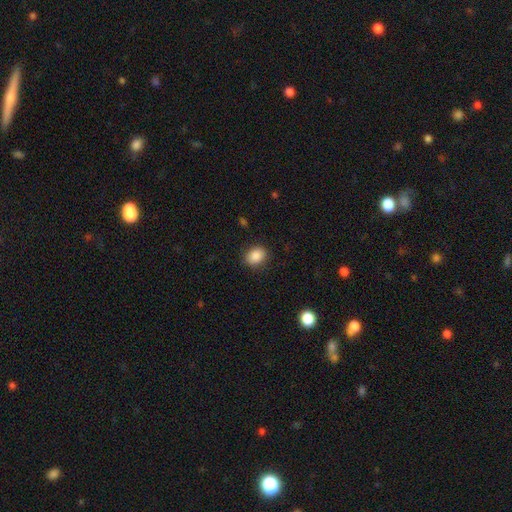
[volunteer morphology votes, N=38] This is clearly a smooth galaxy (84%). How rounded: possibly in between (59%). Merging: clearly none (89%).